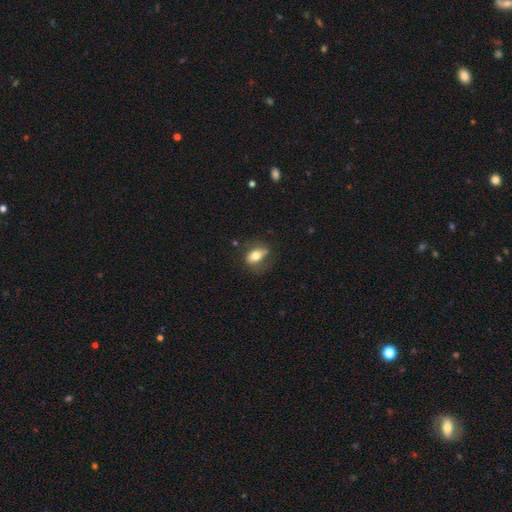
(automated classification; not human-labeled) Q: Smooth or featured?
A: smooth (63%); runner-up: featured or disk (29%)
Q: How rounded?
A: in between (77%); runner-up: round (14%)
Q: Merging?
A: none (68%); runner-up: minor disturbance (20%)